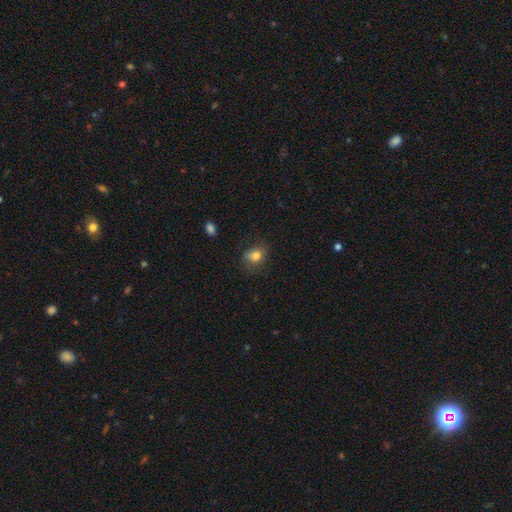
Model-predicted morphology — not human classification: Q: Smooth or featured?
A: smooth (81%); runner-up: star or artifact (10%)
Q: How rounded?
A: in between (51%); runner-up: round (48%)
Q: Merging?
A: none (65%); runner-up: minor disturbance (25%)